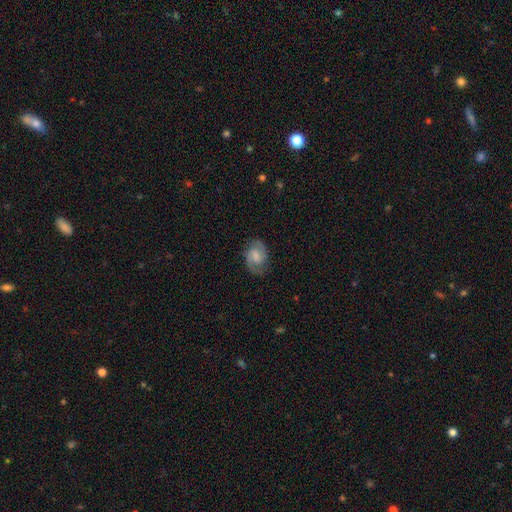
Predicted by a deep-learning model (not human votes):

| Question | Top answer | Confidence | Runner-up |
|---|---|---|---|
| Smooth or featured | featured or disk | 70% | smooth (22%) |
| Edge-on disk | no | 97% | yes (3%) |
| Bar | weak | 53% | no (35%) |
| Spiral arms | yes | 94% | no (6%) |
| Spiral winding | medium | 53% | tight (28%) |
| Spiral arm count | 2 | 88% | can't tell (5%) |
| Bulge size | moderate | 32% | none (28%) |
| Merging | none | 79% | minor disturbance (15%) |